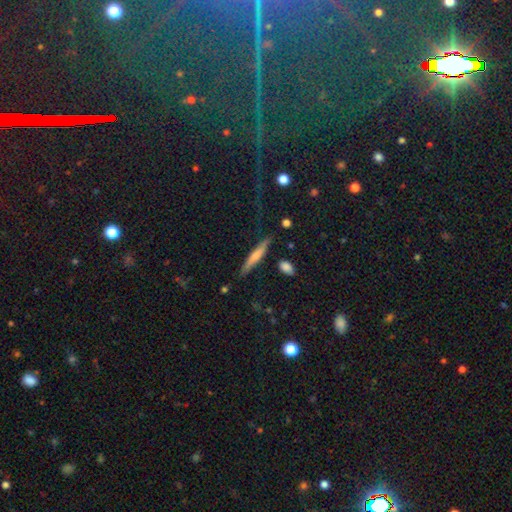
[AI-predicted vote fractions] This appears to be a smooth galaxy with no disk features (58%) that is cigar-shaped (92%). Merging: none (78%).